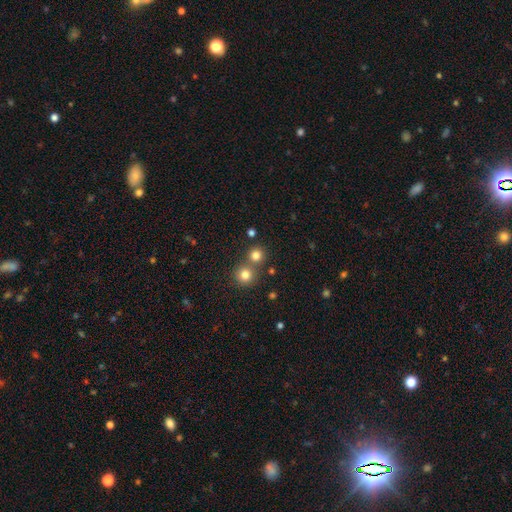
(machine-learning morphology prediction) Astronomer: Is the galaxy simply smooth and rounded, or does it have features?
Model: smooth — 79%.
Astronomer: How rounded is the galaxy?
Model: round — 91%.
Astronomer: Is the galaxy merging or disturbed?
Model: none — 66%.